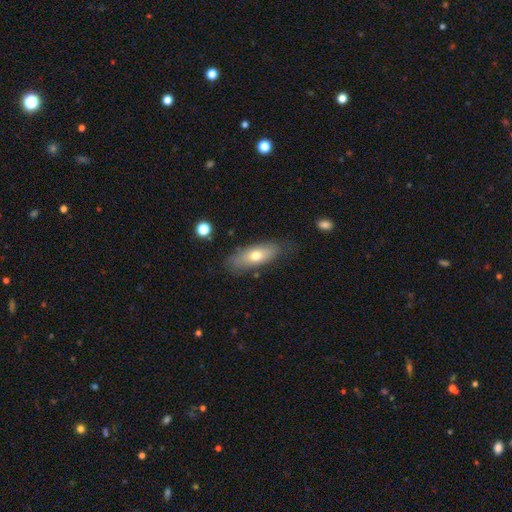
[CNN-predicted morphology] Smooth or featured? smooth (66%)
How rounded? in between (72%)
Merging? none (73%)